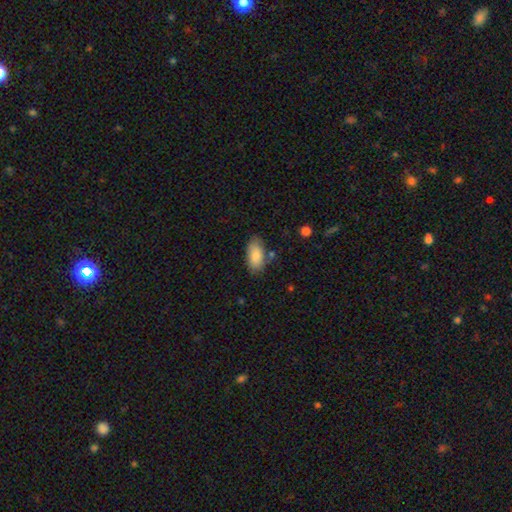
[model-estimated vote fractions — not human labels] Morphology: type=smooth (85%); roundness=in between (93%); merging=none (73%).